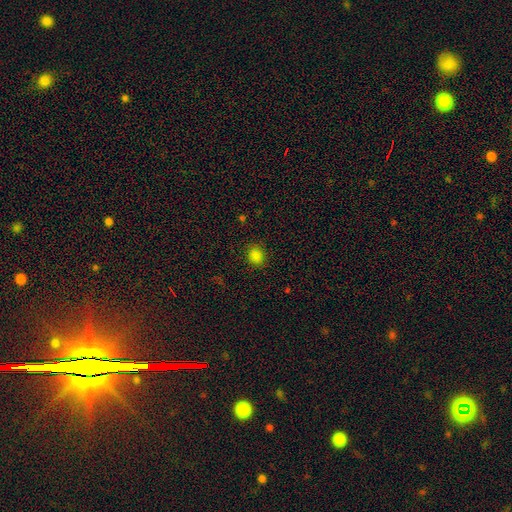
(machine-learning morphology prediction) This is clearly a smooth galaxy (82%). How rounded: likely round (70%). Merging: clearly none (87%).